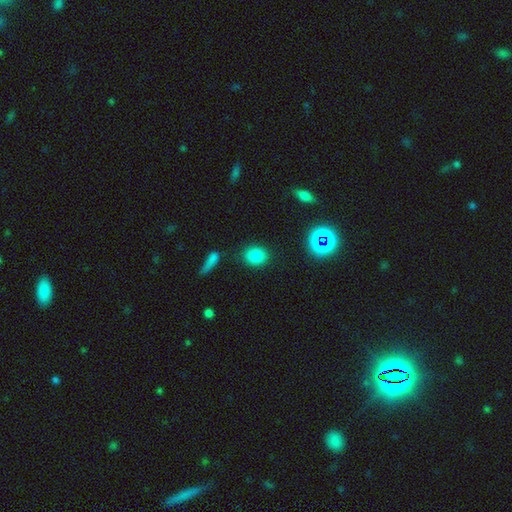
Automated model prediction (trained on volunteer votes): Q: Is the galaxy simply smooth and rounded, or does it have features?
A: smooth — 81%.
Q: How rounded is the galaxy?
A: round — 59%.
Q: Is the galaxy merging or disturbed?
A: none — 84%.